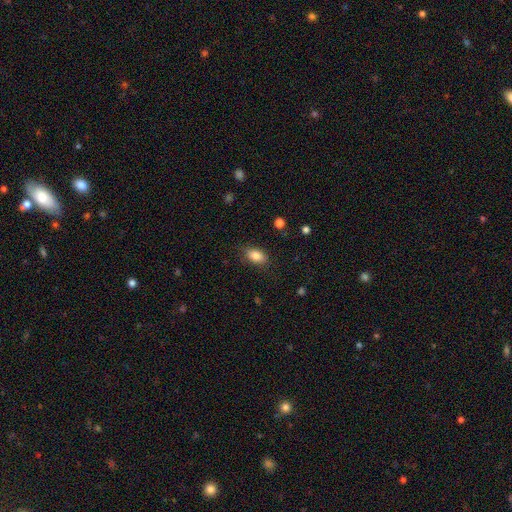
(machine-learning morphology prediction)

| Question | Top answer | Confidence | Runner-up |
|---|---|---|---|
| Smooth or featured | smooth | 85% | star or artifact (8%) |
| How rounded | in between | 89% | round (9%) |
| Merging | none | 83% | minor disturbance (13%) |